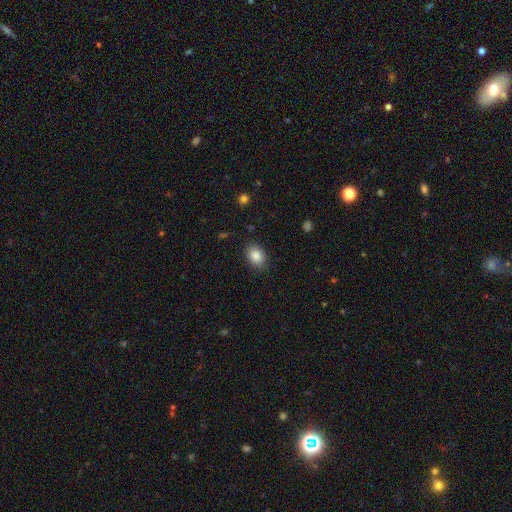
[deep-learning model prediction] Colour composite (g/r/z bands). It shows a smooth galaxy with no disk features (86%) that is in between round and cigar-shaped (73%). Merging: none (86%).